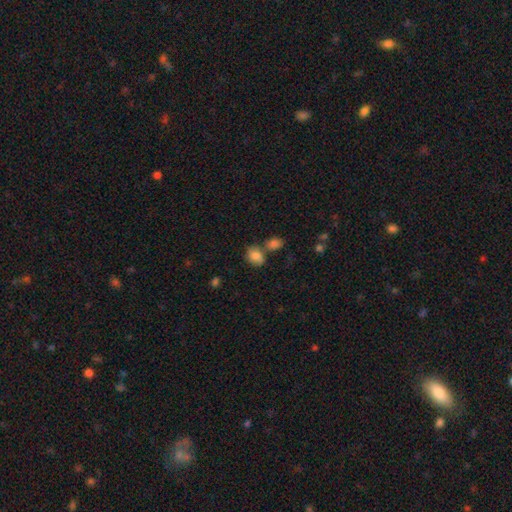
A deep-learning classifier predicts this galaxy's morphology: Smooth or featured?
  - smooth: 82% *
  - star or artifact: 9%
  - featured or disk: 9%
How rounded?
  - in between: 57% *
  - round: 42%
  - cigar-shaped: 1%
Merging?
  - none: 51% *
  - merger: 28%
  - minor disturbance: 15%
  - major disturbance: 5%